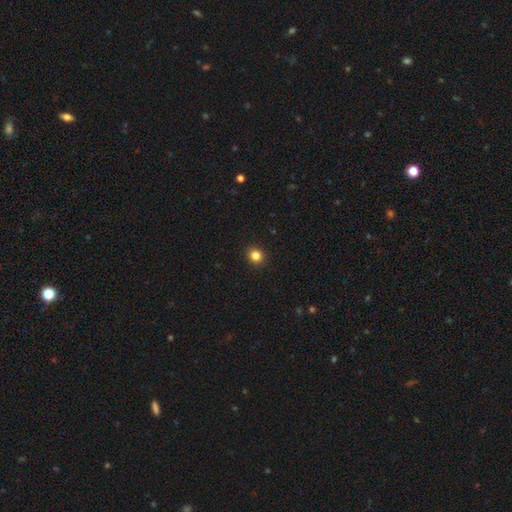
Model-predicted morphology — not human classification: Smooth or featured? Predicted: smooth (p=0.83). How rounded? Predicted: round (p=0.82). Merging? Predicted: none (p=0.92).